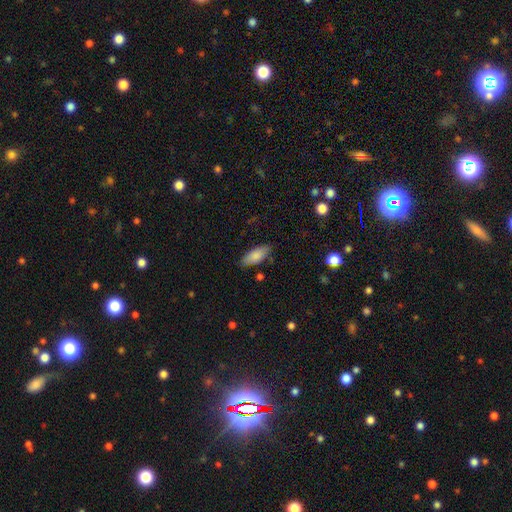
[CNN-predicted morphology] Q: Smooth or featured?
A: smooth (83%); runner-up: featured or disk (10%)
Q: How rounded?
A: in between (81%); runner-up: cigar-shaped (17%)
Q: Merging?
A: none (80%); runner-up: minor disturbance (15%)